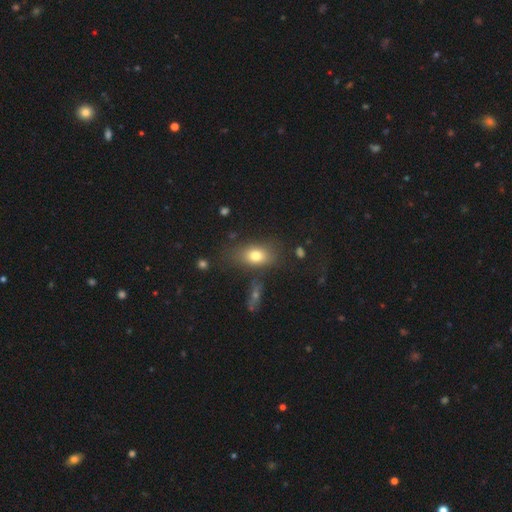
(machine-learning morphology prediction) A smooth galaxy with no disk features (76%) that is in between round and cigar-shaped (80%).

Vote fractions:
- Smooth or featured? smooth: 76% / featured or disk: 13% / star or artifact: 10%
- How rounded? in between: 80% / round: 17% / cigar-shaped: 3%
- Merging? none: 69% / minor disturbance: 17% / major disturbance: 7% / merger: 6%